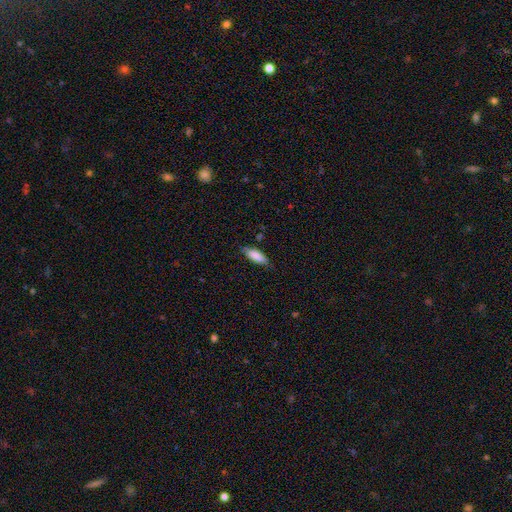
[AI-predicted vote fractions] This appears to be a smooth galaxy with no disk features (86%) that is in between round and cigar-shaped (70%). Merging: none (78%).